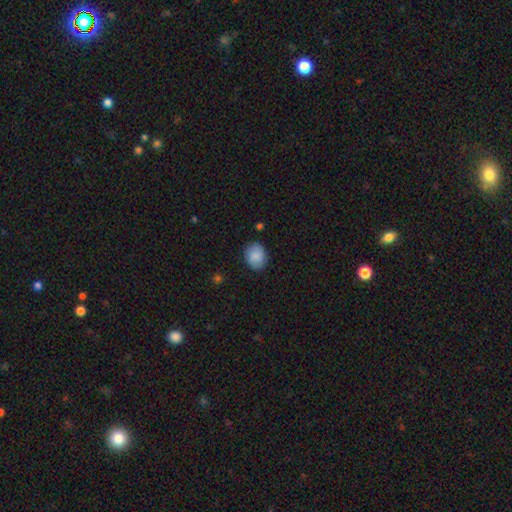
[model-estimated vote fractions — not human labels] Smooth or featured?
  - smooth: 87% *
  - star or artifact: 7%
  - featured or disk: 6%
How rounded?
  - in between: 50% *
  - round: 49%
  - cigar-shaped: 1%
Merging?
  - none: 85% *
  - minor disturbance: 11%
  - major disturbance: 3%
  - merger: 1%